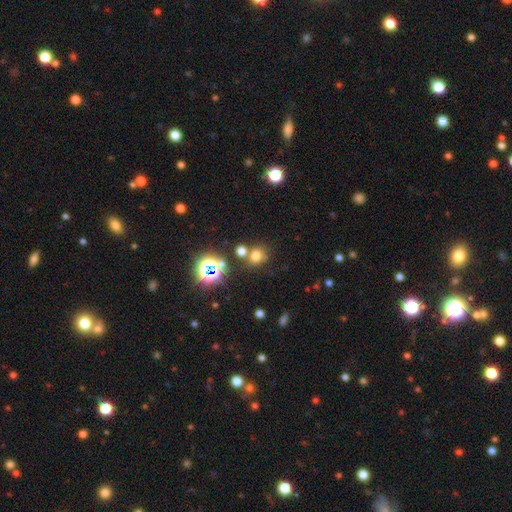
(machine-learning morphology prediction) Q: Smooth or featured?
A: smooth (66%); runner-up: star or artifact (27%)
Q: How rounded?
A: round (75%); runner-up: in between (24%)
Q: Merging?
A: none (66%); runner-up: merger (19%)